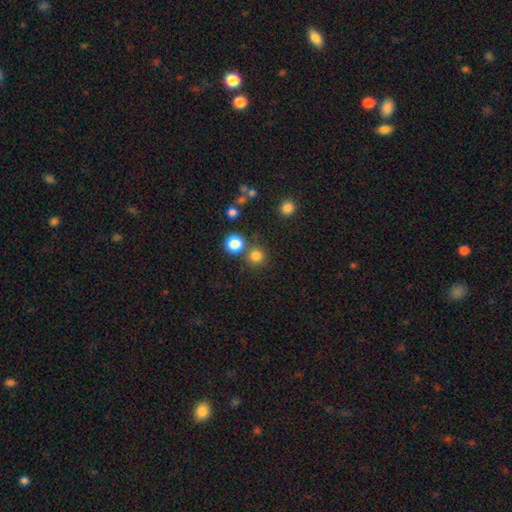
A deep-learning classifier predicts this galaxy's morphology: This appears to be a smooth galaxy with no disk features (80%) that is round (93%). Merging: none (76%).